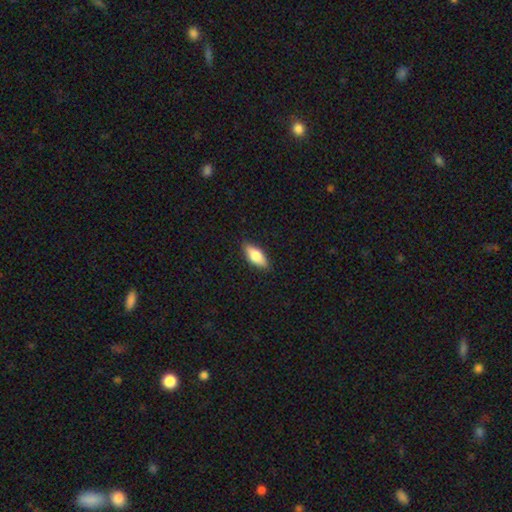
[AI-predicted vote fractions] A smooth galaxy with no disk features (76%) that is in between round and cigar-shaped (79%).

Vote fractions:
- Smooth or featured? smooth: 76% / featured or disk: 17% / star or artifact: 6%
- How rounded? in between: 79% / cigar-shaped: 19% / round: 3%
- Merging? none: 88% / minor disturbance: 9% / major disturbance: 2% / merger: 1%